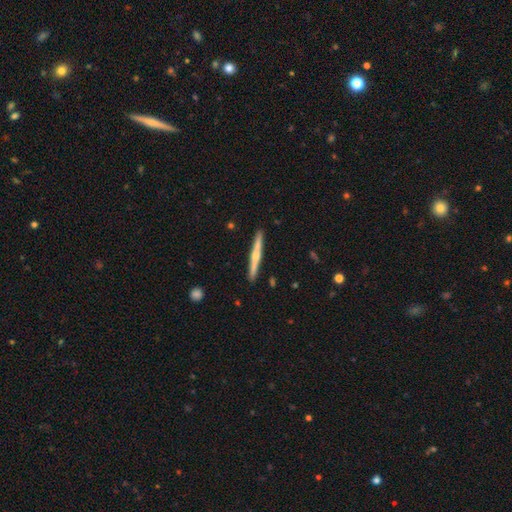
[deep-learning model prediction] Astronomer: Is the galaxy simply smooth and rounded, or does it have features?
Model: featured or disk — 64%.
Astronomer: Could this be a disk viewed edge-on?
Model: yes — 98%.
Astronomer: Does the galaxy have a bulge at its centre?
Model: rounded — 79%.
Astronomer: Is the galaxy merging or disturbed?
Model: none — 92%.